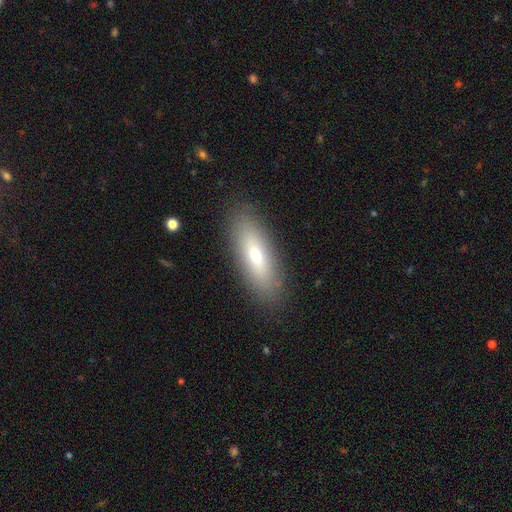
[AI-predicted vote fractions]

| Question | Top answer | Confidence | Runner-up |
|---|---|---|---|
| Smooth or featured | smooth | 65% | featured or disk (27%) |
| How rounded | in between | 57% | cigar-shaped (40%) |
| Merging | none | 87% | minor disturbance (9%) |